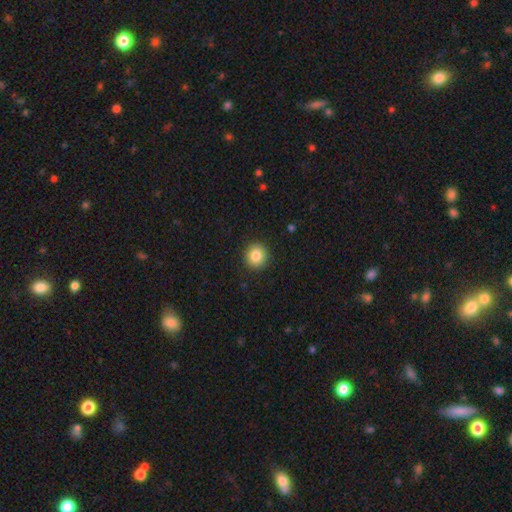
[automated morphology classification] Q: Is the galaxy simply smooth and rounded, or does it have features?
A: smooth — 85%.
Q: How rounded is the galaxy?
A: round — 91%.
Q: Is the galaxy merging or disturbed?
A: none — 92%.